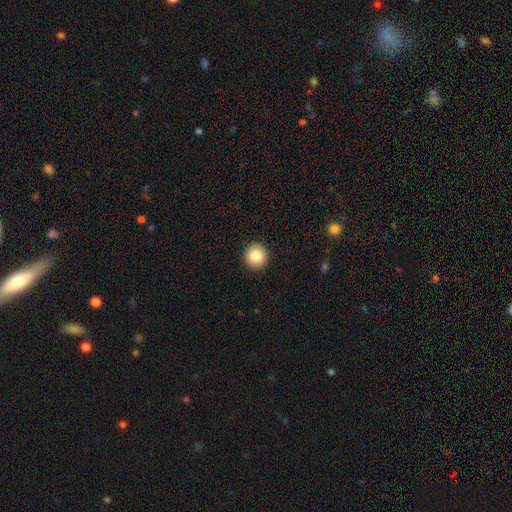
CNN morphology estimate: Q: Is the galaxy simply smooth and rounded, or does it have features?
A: smooth — 83%.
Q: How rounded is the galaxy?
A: round — 93%.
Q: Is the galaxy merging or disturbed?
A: none — 93%.